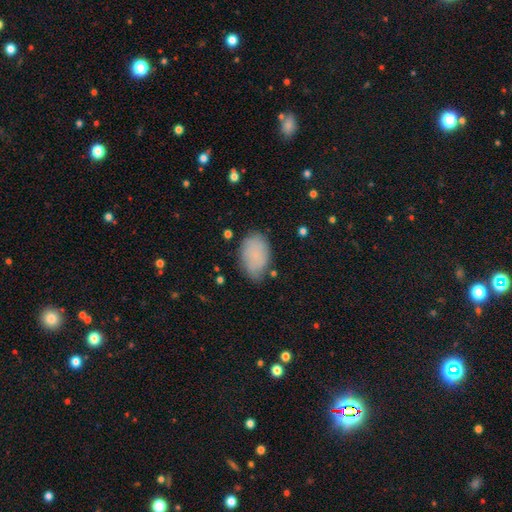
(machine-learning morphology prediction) The model was most divided on "merging": none: 69%, minor disturbance: 23%, major disturbance: 6%, merger: 2%. More confident: how rounded — in between (90%); smooth or featured — smooth (78%).